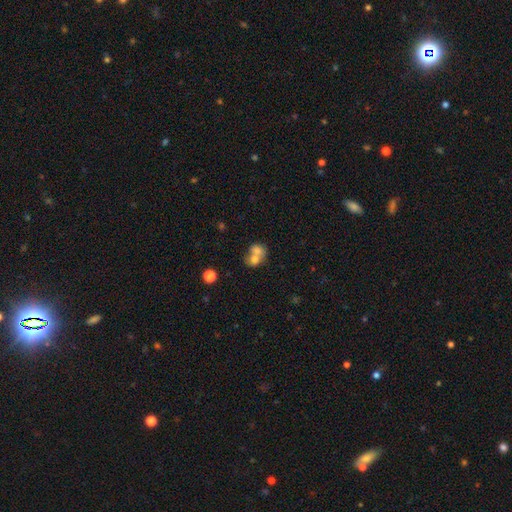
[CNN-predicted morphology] A smooth galaxy with no disk features (68%) that is round (54%).

Vote fractions:
- Smooth or featured? smooth: 68% / featured or disk: 22% / star or artifact: 10%
- How rounded? round: 54% / in between: 45% / cigar-shaped: 1%
- Merging? merger: 72% / none: 18% / minor disturbance: 6% / major disturbance: 4%